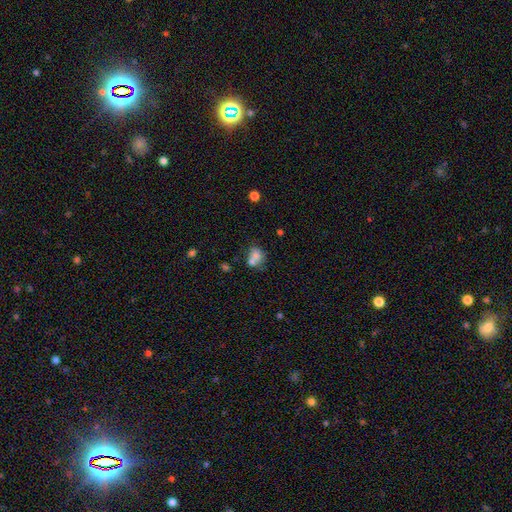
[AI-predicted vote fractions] Smooth or featured? Predicted: smooth (p=0.73). How rounded? Predicted: round (p=0.52). Merging? Predicted: merger (p=0.42).